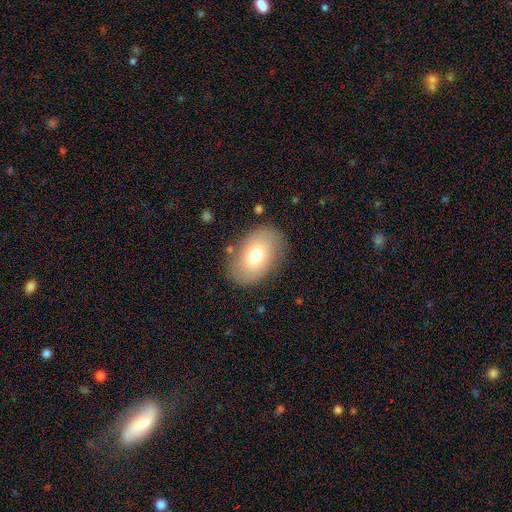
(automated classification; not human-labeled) The model was most divided on "smooth or featured": smooth: 72%, featured or disk: 19%, star or artifact: 9%. More confident: how rounded — in between (87%); merging — none (83%).